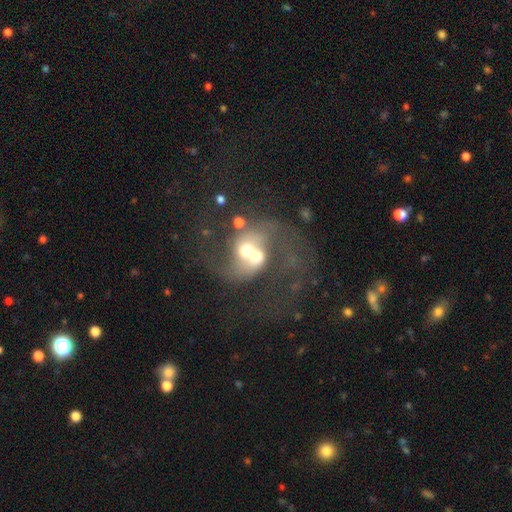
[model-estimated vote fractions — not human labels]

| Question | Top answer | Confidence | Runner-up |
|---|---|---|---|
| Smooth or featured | featured or disk | 63% | smooth (26%) |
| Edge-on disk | no | 97% | yes (3%) |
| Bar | no | 73% | weak (20%) |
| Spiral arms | yes | 66% | no (34%) |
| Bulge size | moderate | 55% | large (19%) |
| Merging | merger | 67% | major disturbance (14%) |